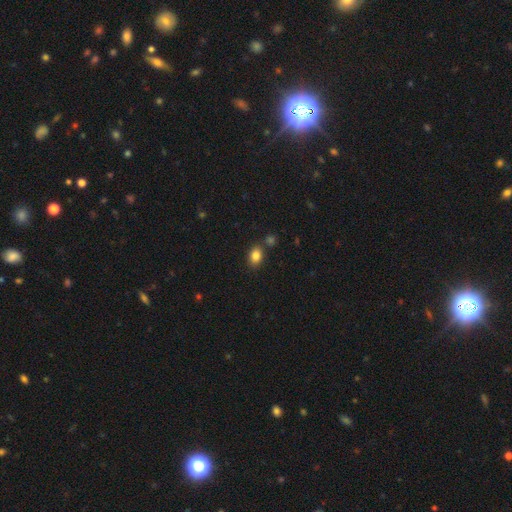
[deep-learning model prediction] smooth_or_featured: smooth (p=0.85) [alt: star or artifact p=0.10]
how_rounded: in between (p=0.71) [alt: round p=0.28]
merging: none (p=0.75) [alt: minor disturbance p=0.12]